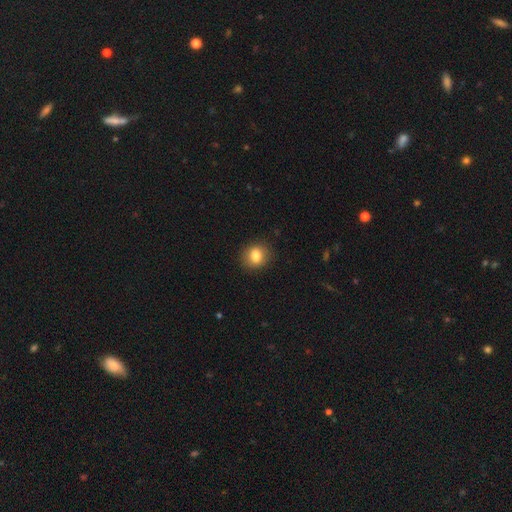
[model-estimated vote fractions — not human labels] Morphology: type=smooth (83%); roundness=round (69%); merging=none (89%).